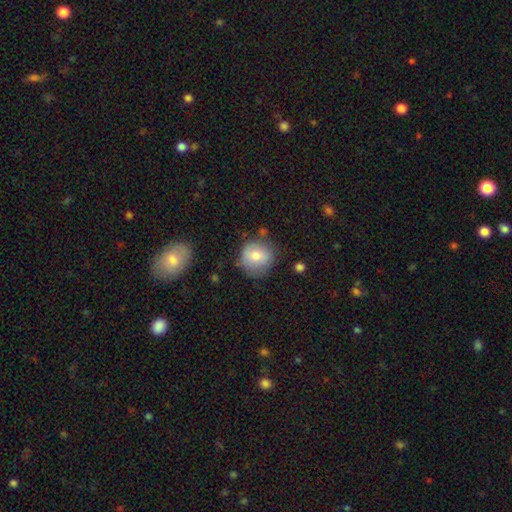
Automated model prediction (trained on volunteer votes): smooth 74%, featured or disk 18%, star or artifact 8%. Down the decision tree: how rounded — round (86%); merging — none (71%).